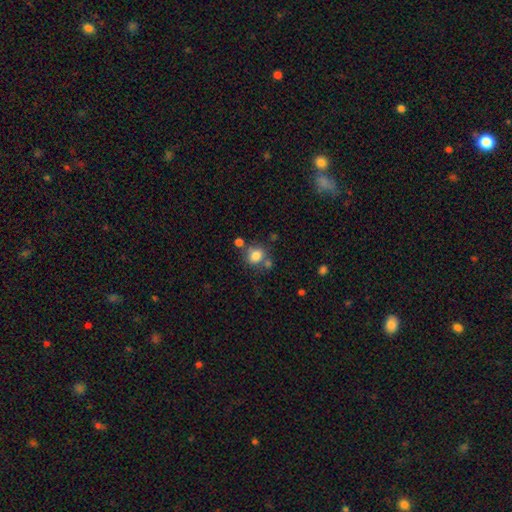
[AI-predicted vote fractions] Q: Smooth or featured?
A: smooth (80%); runner-up: star or artifact (11%)
Q: How rounded?
A: round (72%); runner-up: in between (27%)
Q: Merging?
A: none (61%); runner-up: merger (19%)